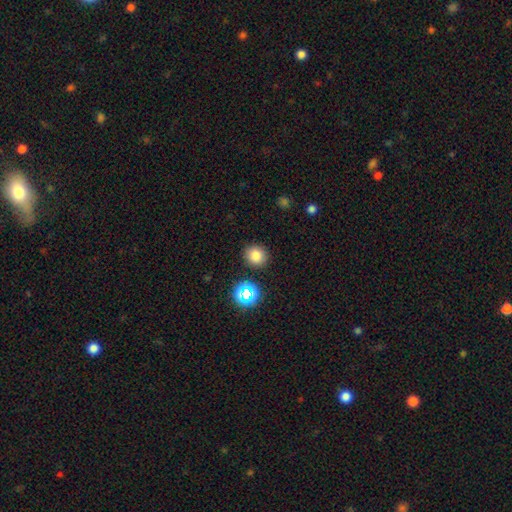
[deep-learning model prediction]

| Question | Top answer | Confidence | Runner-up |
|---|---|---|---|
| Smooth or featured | smooth | 79% | star or artifact (16%) |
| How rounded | round | 85% | in between (14%) |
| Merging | none | 88% | minor disturbance (7%) |